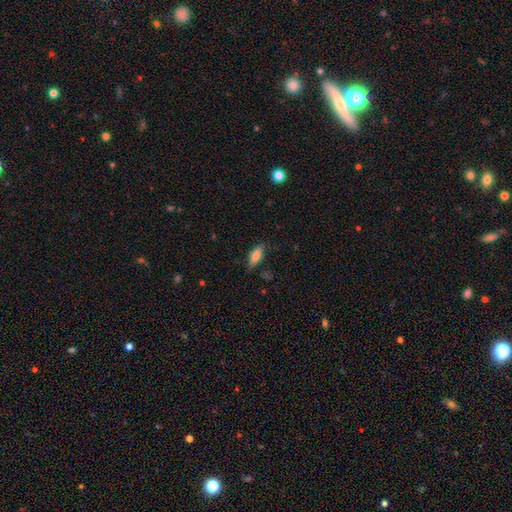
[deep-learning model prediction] The model was most divided on "how rounded": in between: 63%, cigar-shaped: 34%, round: 3%. More confident: merging — none (74%); smooth or featured — smooth (68%).